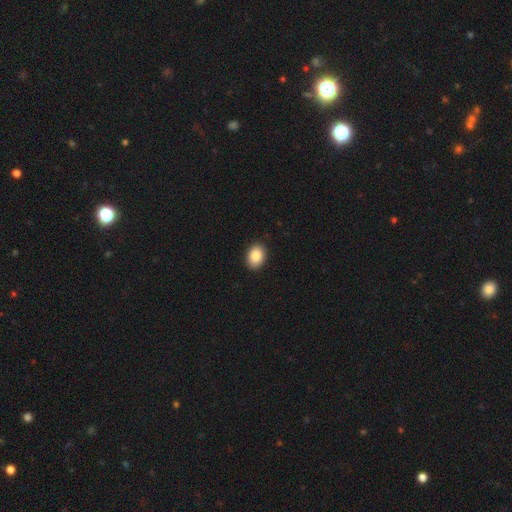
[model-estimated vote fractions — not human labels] A smooth galaxy with no disk features (87%) that is in between round and cigar-shaped (73%). Merging: none (91%).